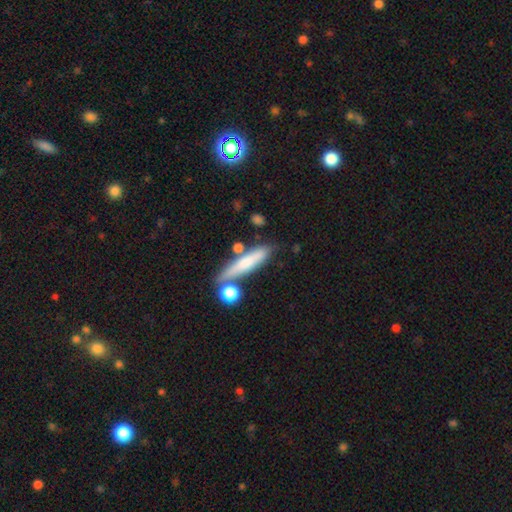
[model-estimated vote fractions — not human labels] Smooth or featured? smooth (67%)
How rounded? cigar-shaped (79%)
Merging? none (65%)